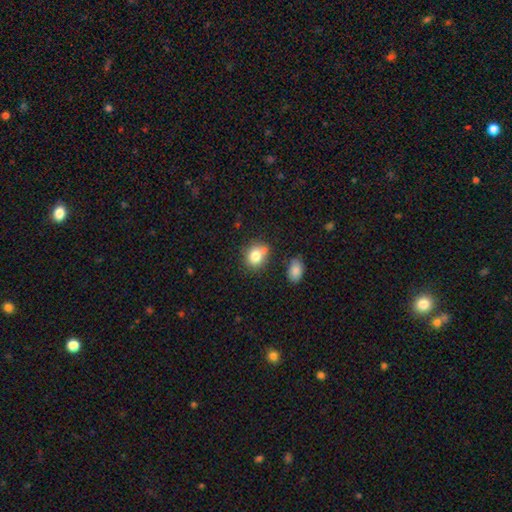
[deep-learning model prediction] Q: Smooth or featured?
A: smooth (80%); runner-up: star or artifact (10%)
Q: How rounded?
A: round (61%); runner-up: in between (38%)
Q: Merging?
A: none (60%); runner-up: minor disturbance (23%)